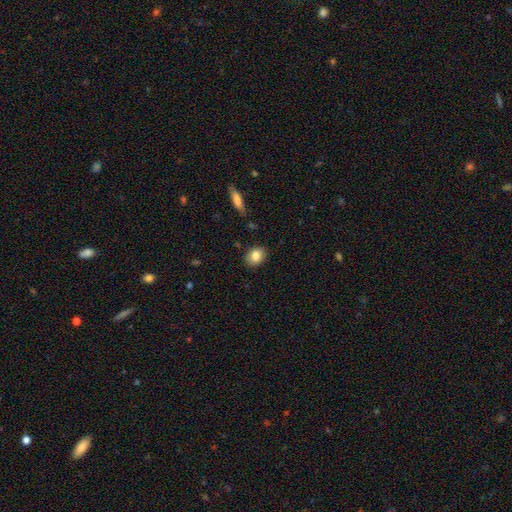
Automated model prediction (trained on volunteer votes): smooth_or_featured: smooth (p=0.83) [alt: featured or disk p=0.09]
how_rounded: in between (p=0.61) [alt: round p=0.38]
merging: none (p=0.85) [alt: minor disturbance p=0.11]